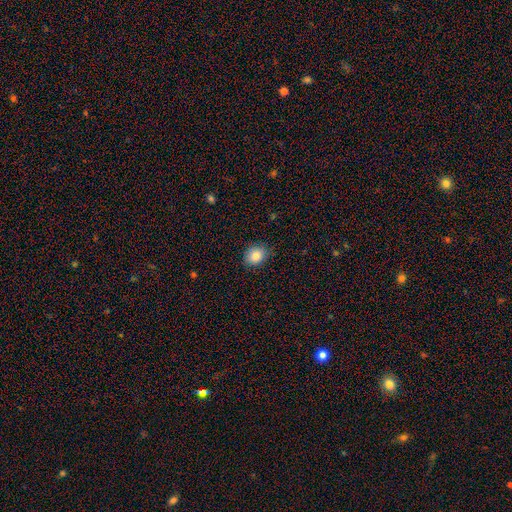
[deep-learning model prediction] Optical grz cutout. It shows a smooth galaxy with no disk features (86%) that is round (59%). Merging: none (82%).